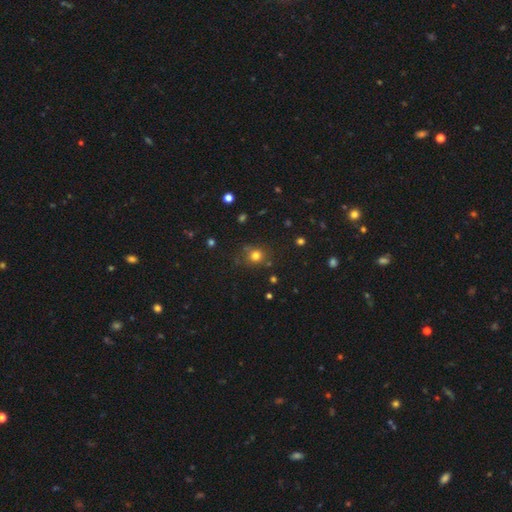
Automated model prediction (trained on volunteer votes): Morphology: type=smooth (76%); roundness=round (84%); merging=none (76%).